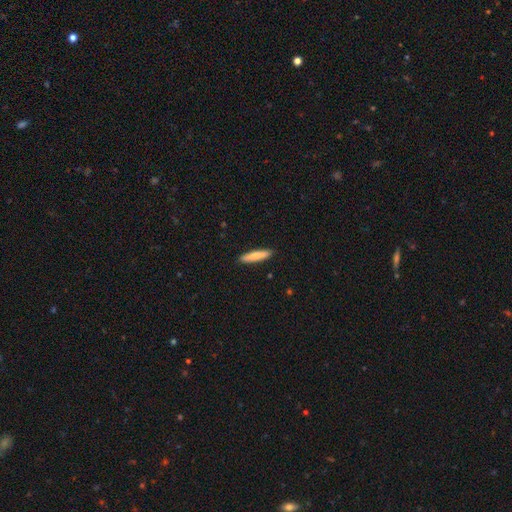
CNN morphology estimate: type=smooth (78%); roundness=cigar-shaped (89%); merging=none (91%).